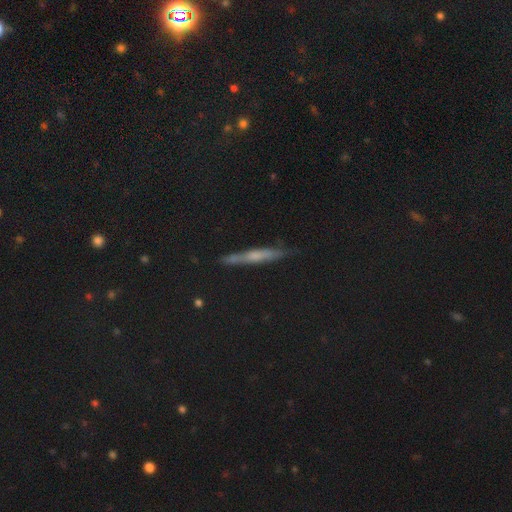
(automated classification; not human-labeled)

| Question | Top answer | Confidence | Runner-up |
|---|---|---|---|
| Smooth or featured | featured or disk | 47% | smooth (34%) |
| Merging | none | 86% | minor disturbance (10%) |